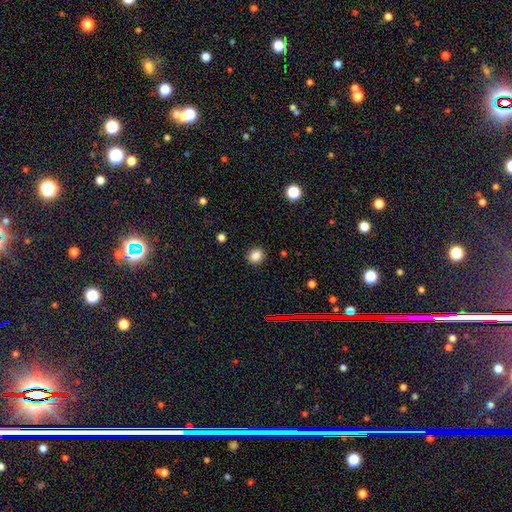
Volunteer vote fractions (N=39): smooth_or_featured: smooth (p=0.85) [alt: featured or disk p=0.08]
how_rounded: round (p=0.70) [alt: in between p=0.30]
merging: none (p=0.81) [alt: major disturbance p=0.08]